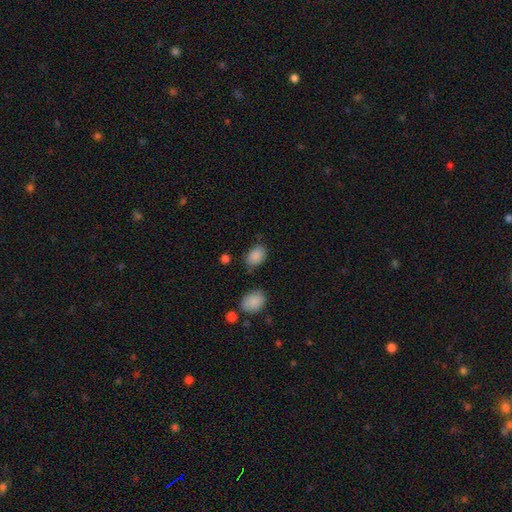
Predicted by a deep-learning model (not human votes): Smooth or featured?
  - smooth: 87% *
  - star or artifact: 9%
  - featured or disk: 4%
How rounded?
  - in between: 84% *
  - round: 15%
  - cigar-shaped: 1%
Merging?
  - none: 74% *
  - minor disturbance: 18%
  - major disturbance: 5%
  - merger: 4%